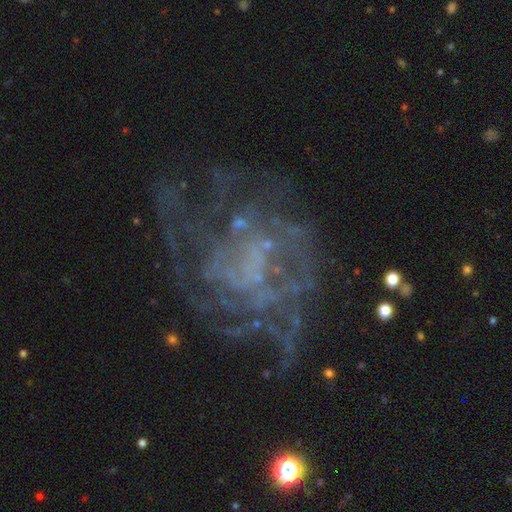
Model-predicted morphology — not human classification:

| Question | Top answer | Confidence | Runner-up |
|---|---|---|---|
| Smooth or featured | featured or disk | 79% | star or artifact (13%) |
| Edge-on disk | no | 98% | yes (2%) |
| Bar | no | 69% | weak (24%) |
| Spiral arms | yes | 74% | no (26%) |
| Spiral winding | tight | 45% | medium (33%) |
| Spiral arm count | can't tell | 50% | 3 (12%) |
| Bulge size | none | 56% | small (29%) |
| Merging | none | 53% | major disturbance (27%) |